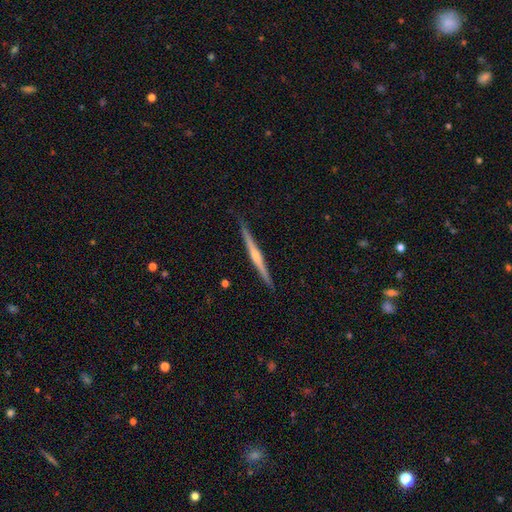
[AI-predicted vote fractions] smooth-or-featured: featured or disk: 71% | smooth: 23% | star or artifact: 5%
  disk-edge-on: yes: 98% | no: 2%
    edge-on-bulge: rounded: 62% | none: 28% | boxy: 11%
  merging: none: 90% | minor disturbance: 8% | major disturbance: 1% | merger: 1%